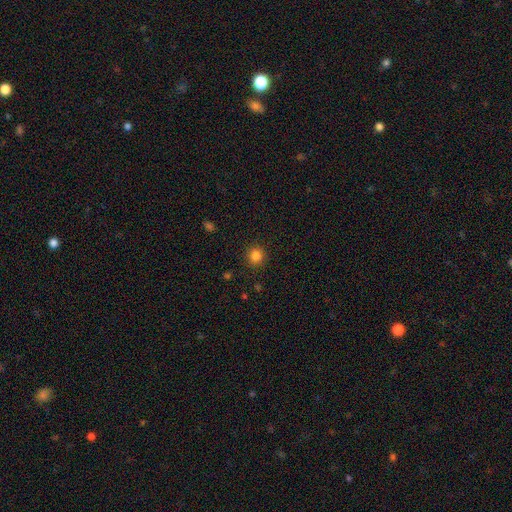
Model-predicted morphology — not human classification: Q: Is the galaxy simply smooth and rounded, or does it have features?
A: smooth — 84%.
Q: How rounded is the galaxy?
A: round — 91%.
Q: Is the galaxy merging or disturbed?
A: none — 90%.